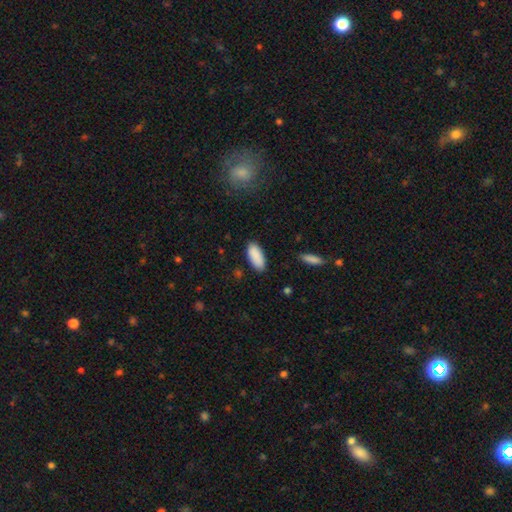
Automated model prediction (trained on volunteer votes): Smooth or featured?
  - smooth: 90% *
  - star or artifact: 6%
  - featured or disk: 4%
How rounded?
  - in between: 86% *
  - cigar-shaped: 13%
  - round: 2%
Merging?
  - none: 86% *
  - minor disturbance: 10%
  - major disturbance: 2%
  - merger: 1%